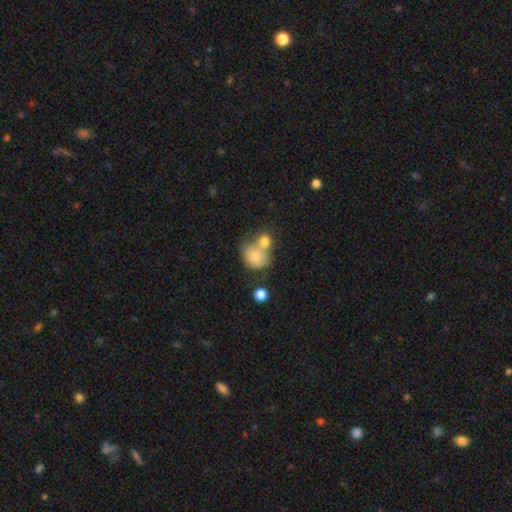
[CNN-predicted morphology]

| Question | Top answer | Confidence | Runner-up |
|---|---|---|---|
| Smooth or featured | smooth | 73% | featured or disk (19%) |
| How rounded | round | 75% | in between (24%) |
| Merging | merger | 53% | none (31%) |